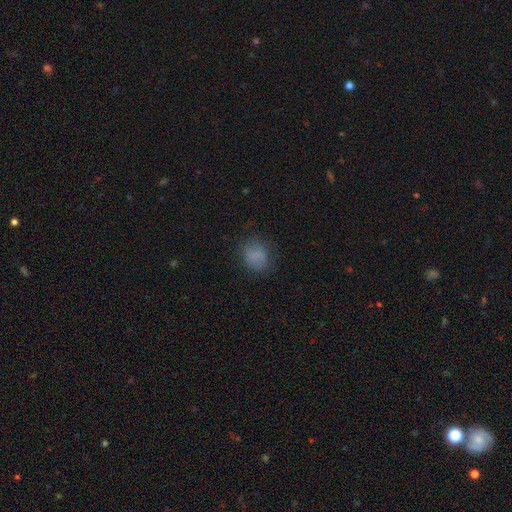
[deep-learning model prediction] Smooth or featured: smooth — 74% (featured or disk — 15%)
How rounded: round — 59% (in between — 40%)
Merging: none — 68% (minor disturbance — 20%)